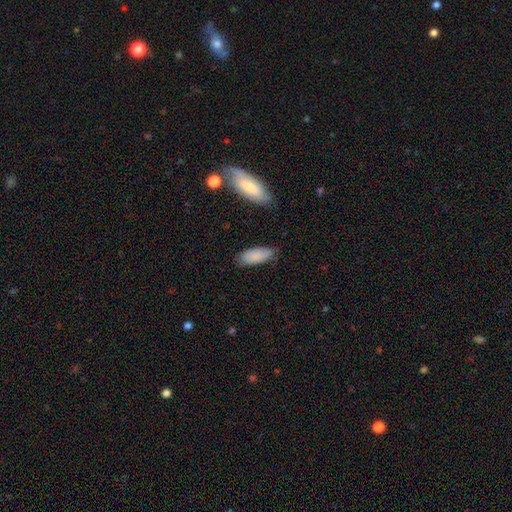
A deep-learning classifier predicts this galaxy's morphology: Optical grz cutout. It shows a smooth galaxy with no disk features (85%) that is in between round and cigar-shaped (81%). Merging: none (80%).